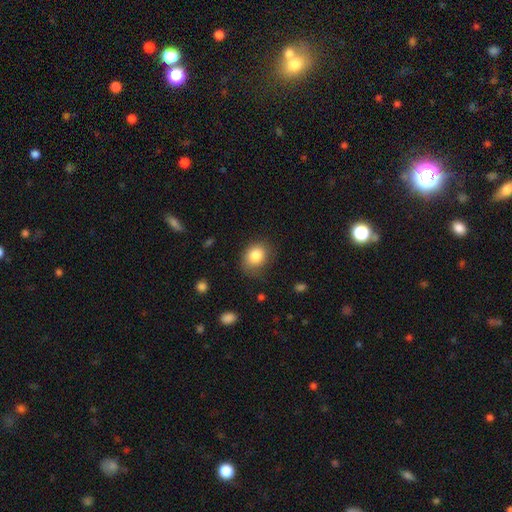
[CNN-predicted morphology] This is clearly a smooth galaxy (83%). How rounded: possibly round (50%). Merging: likely none (70%).